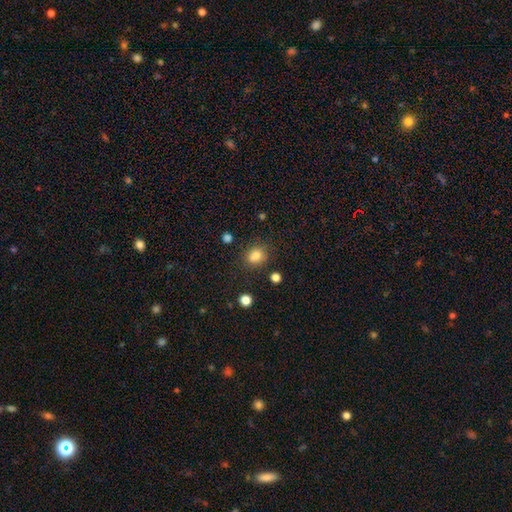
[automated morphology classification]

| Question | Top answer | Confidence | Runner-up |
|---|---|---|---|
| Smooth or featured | smooth | 82% | star or artifact (12%) |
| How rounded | round | 64% | in between (35%) |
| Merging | none | 77% | minor disturbance (13%) |